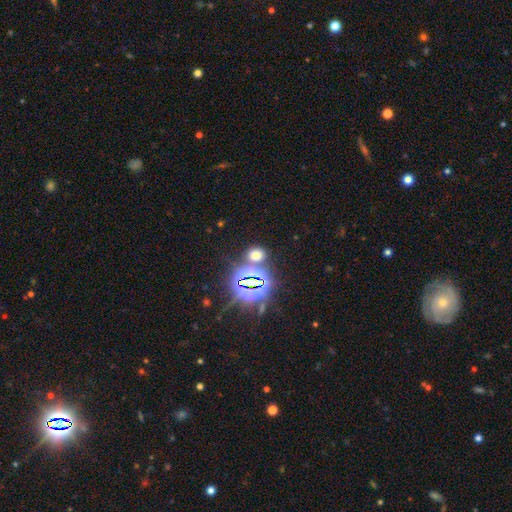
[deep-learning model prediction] Q: Smooth or featured?
A: smooth (55%); runner-up: star or artifact (39%)
Q: How rounded?
A: round (58%); runner-up: in between (40%)
Q: Merging?
A: none (76%); runner-up: merger (11%)